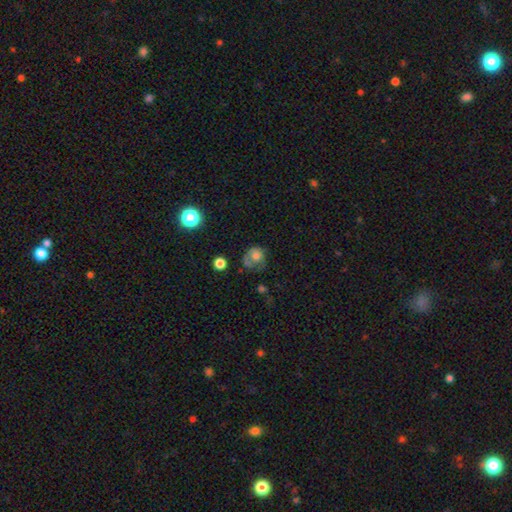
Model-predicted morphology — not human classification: smooth-or-featured: smooth: 62% | featured or disk: 27% | star or artifact: 11%
  how-rounded: round: 74% | in between: 25% | cigar-shaped: 1%
  merging: none: 42% | minor disturbance: 27% | major disturbance: 26% | merger: 5%